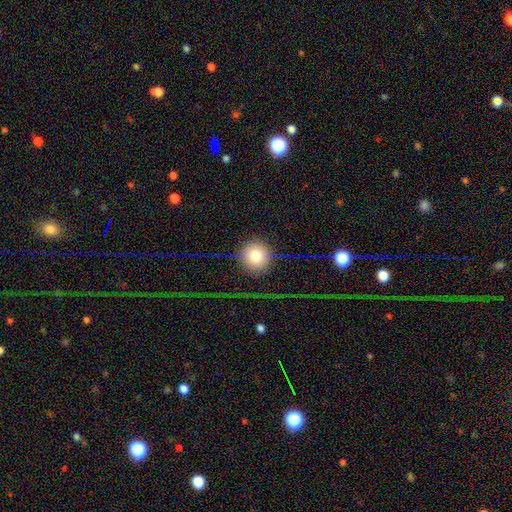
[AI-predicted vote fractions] This is likely a smooth galaxy (68%). How rounded: clearly round (94%). Merging: likely none (75%).